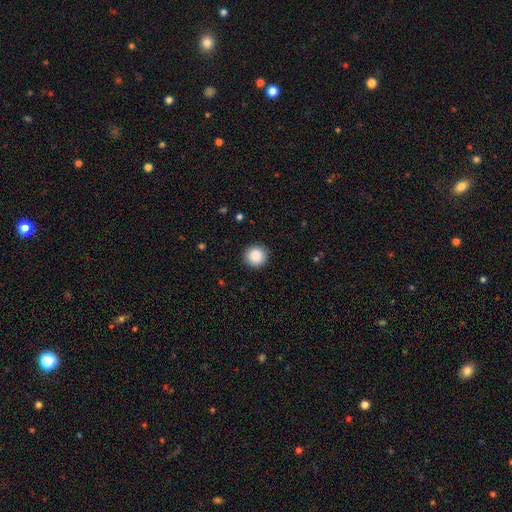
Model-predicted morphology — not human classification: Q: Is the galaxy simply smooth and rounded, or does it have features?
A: smooth — 89%.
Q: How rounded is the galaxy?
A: round — 95%.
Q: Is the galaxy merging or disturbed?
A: none — 91%.